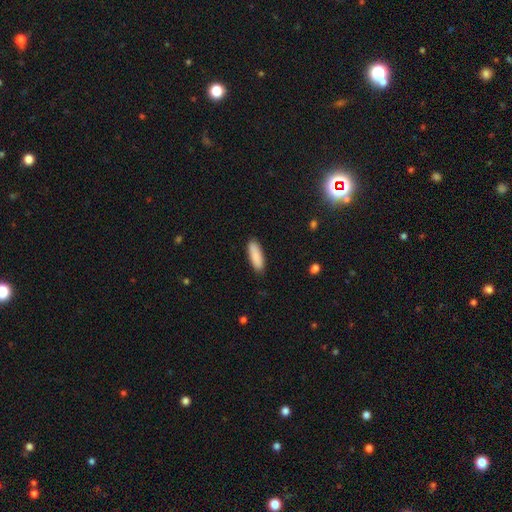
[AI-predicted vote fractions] Smooth or featured? Predicted: smooth (p=0.89). How rounded? Predicted: in between (p=0.52). Merging? Predicted: none (p=0.89).